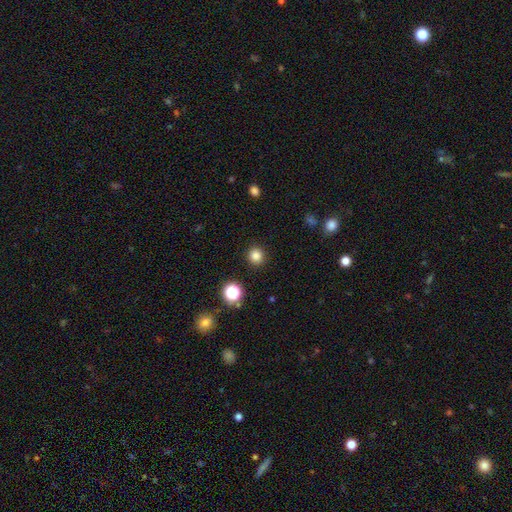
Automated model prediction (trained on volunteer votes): This is clearly a smooth galaxy (83%). How rounded: clearly round (93%). Merging: clearly none (92%).